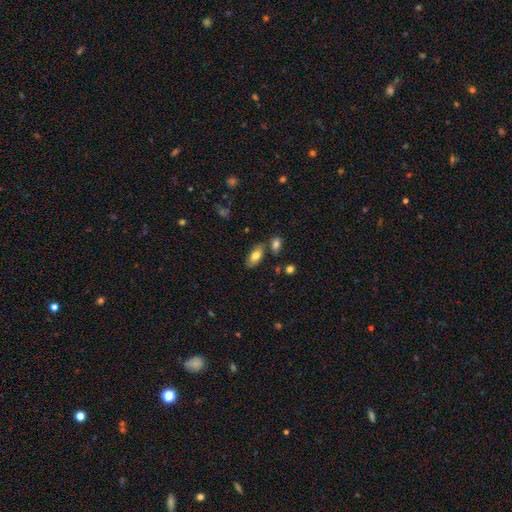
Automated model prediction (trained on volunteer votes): This appears to be a smooth galaxy with no disk features (75%) that is in between round and cigar-shaped (91%). Merging: none (72%).